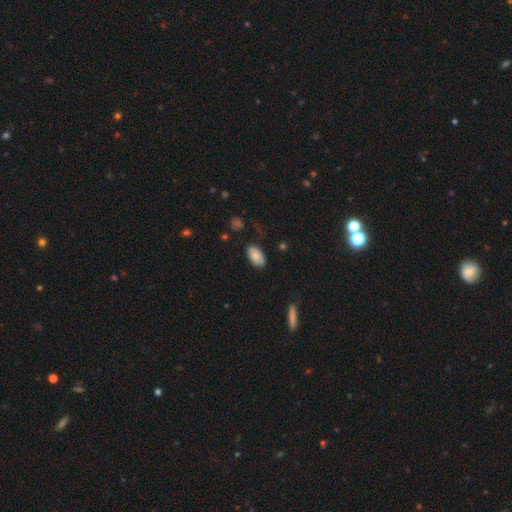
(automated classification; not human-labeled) Smooth or featured?
  - smooth: 83% *
  - featured or disk: 10%
  - star or artifact: 7%
How rounded?
  - in between: 95% *
  - round: 3%
  - cigar-shaped: 2%
Merging?
  - none: 80% *
  - minor disturbance: 15%
  - major disturbance: 3%
  - merger: 2%